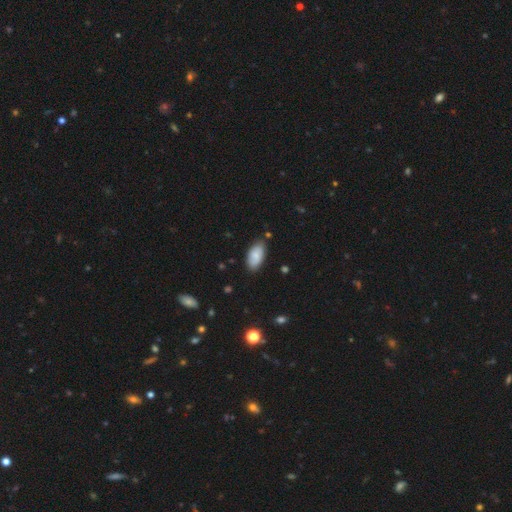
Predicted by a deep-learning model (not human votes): Q: Smooth or featured?
A: smooth (82%); runner-up: featured or disk (11%)
Q: How rounded?
A: in between (94%); runner-up: cigar-shaped (4%)
Q: Merging?
A: none (80%); runner-up: minor disturbance (16%)